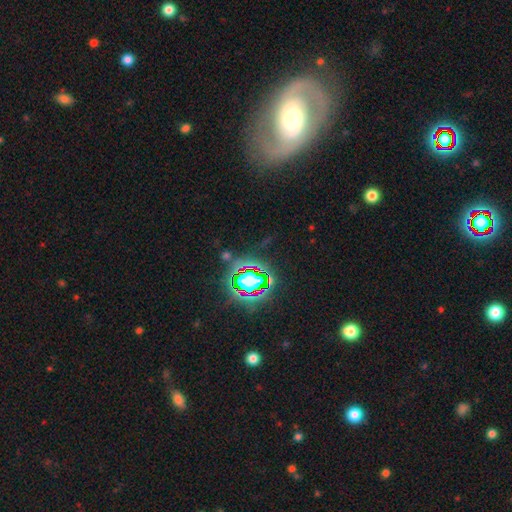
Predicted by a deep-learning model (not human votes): featured or disk 49%, star or artifact 32%, smooth 19%. Down the decision tree: merging — none (73%).